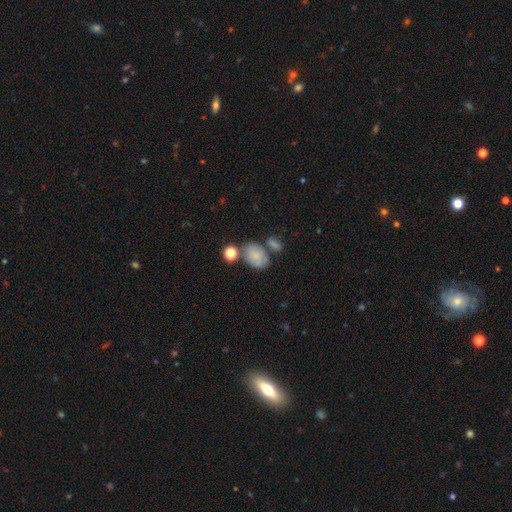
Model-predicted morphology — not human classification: smooth-or-featured: smooth: 72% | featured or disk: 18% | star or artifact: 10%
  how-rounded: in between: 75% | round: 24% | cigar-shaped: 1%
  merging: none: 45% | merger: 25% | minor disturbance: 20% | major disturbance: 9%